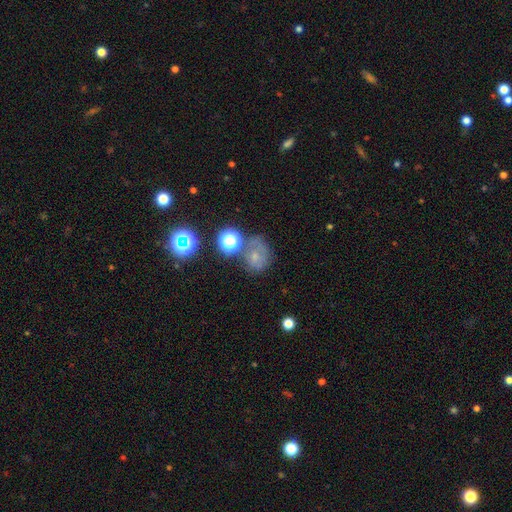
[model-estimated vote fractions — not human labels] Smooth or featured?
  - smooth: 41% *
  - star or artifact: 30%
  - featured or disk: 28%
Merging?
  - none: 52% *
  - minor disturbance: 21%
  - merger: 14%
  - major disturbance: 13%